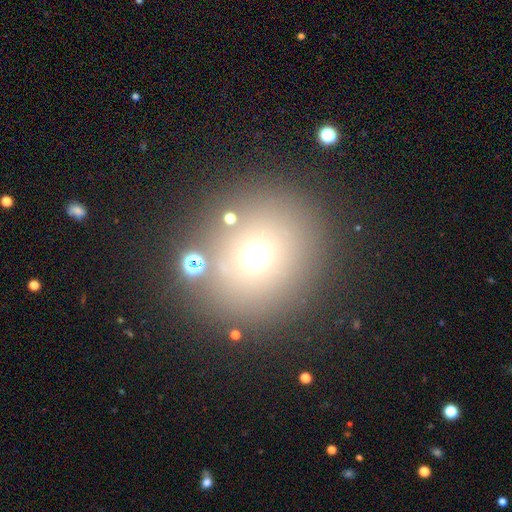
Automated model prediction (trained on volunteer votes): smooth 64%, star or artifact 24%, featured or disk 12%. Down the decision tree: how rounded — round (87%); merging — none (81%).